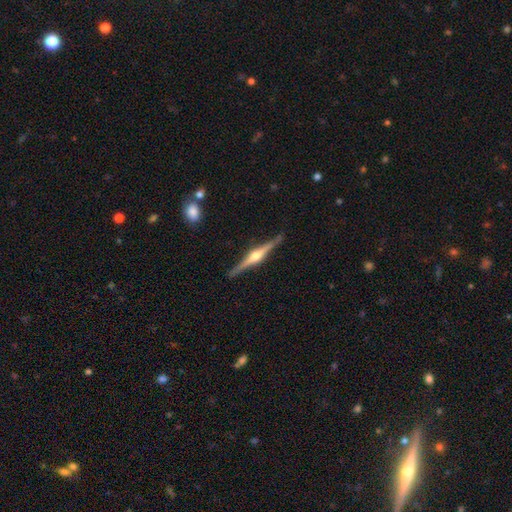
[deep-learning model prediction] The model was most divided on "smooth or featured": featured or disk: 83%, smooth: 12%, star or artifact: 5%. More confident: edge-on disk — yes (99%); edge-on bulge — rounded (92%); merging — none (89%).